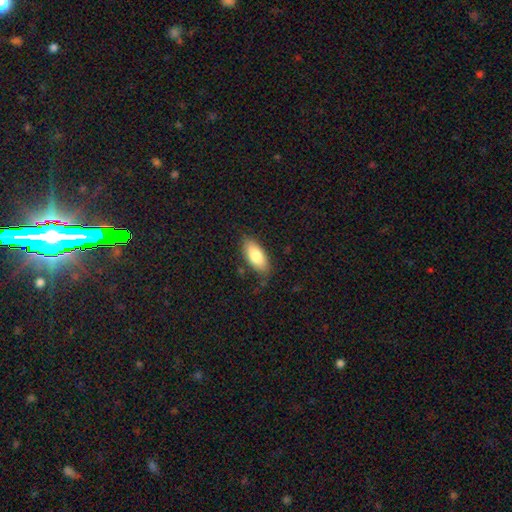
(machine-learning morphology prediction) This appears to be a smooth galaxy with no disk features (80%) that is in between round and cigar-shaped (87%). Merging: none (78%).